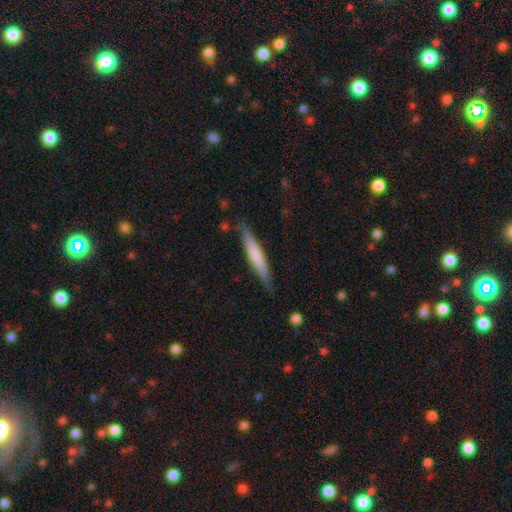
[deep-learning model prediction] smooth_or_featured: smooth (p=0.62) [alt: featured or disk p=0.32]
how_rounded: cigar-shaped (p=0.92) [alt: in between p=0.06]
merging: none (p=0.83) [alt: minor disturbance p=0.13]